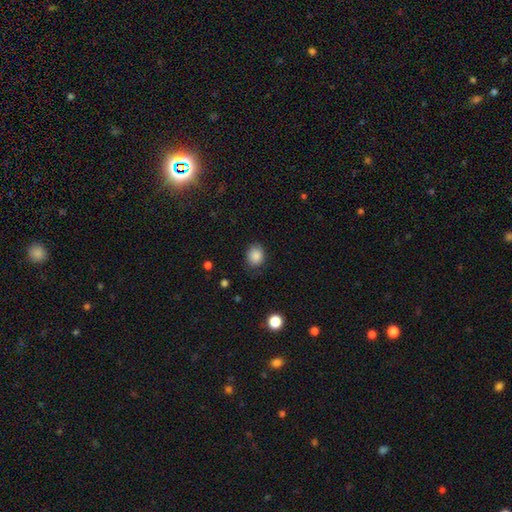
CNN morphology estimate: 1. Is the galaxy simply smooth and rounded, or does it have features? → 87% smooth, 9% star or artifact, 4% featured or disk.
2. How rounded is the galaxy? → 63% round, 36% in between, 1% cigar-shaped.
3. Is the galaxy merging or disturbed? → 79% none, 16% minor disturbance, 4% major disturbance, 1% merger.